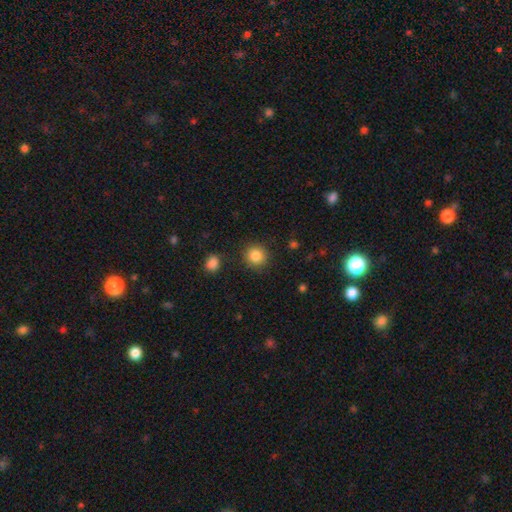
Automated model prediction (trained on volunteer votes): Morphology: type=smooth (85%); roundness=round (91%); merging=none (88%).